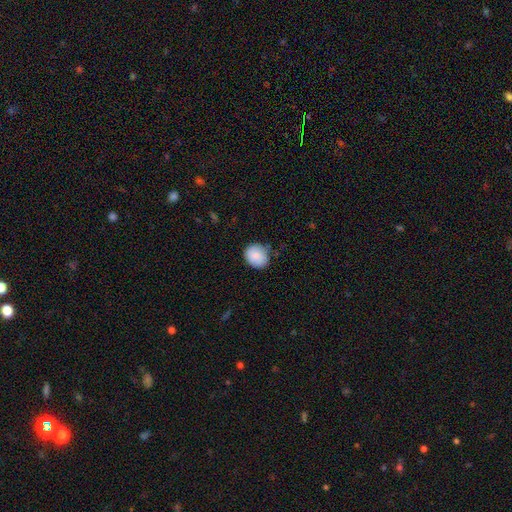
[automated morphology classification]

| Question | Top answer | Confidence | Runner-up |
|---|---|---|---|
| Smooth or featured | smooth | 86% | featured or disk (7%) |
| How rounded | round | 73% | in between (26%) |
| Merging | none | 74% | minor disturbance (21%) |